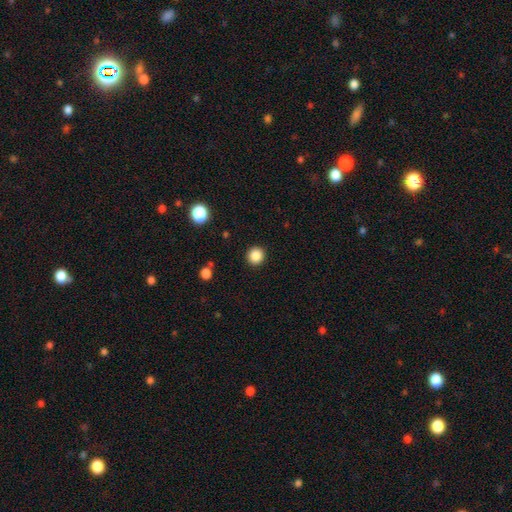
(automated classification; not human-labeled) Smooth or featured? Predicted: smooth (p=0.86). How rounded? Predicted: round (p=0.91). Merging? Predicted: none (p=0.92).